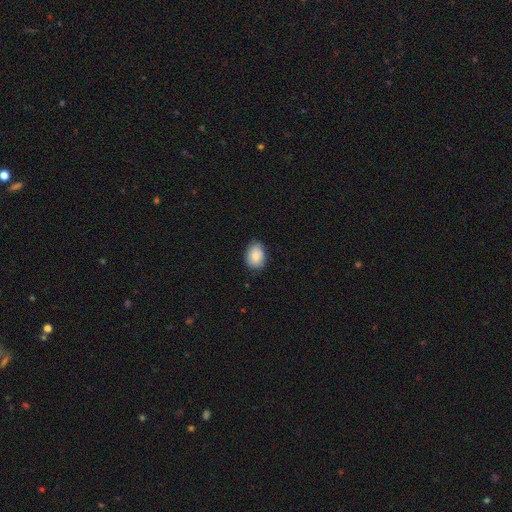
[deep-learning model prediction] Smooth or featured? smooth (84%)
How rounded? in between (73%)
Merging? none (78%)